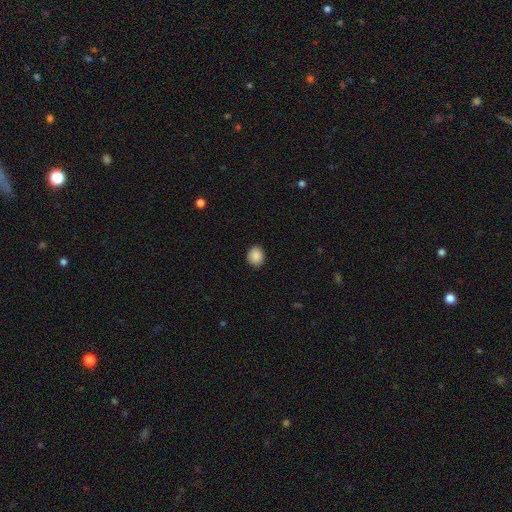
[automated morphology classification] Q: Smooth or featured?
A: smooth (89%); runner-up: star or artifact (8%)
Q: How rounded?
A: round (67%); runner-up: in between (32%)
Q: Merging?
A: none (88%); runner-up: minor disturbance (9%)